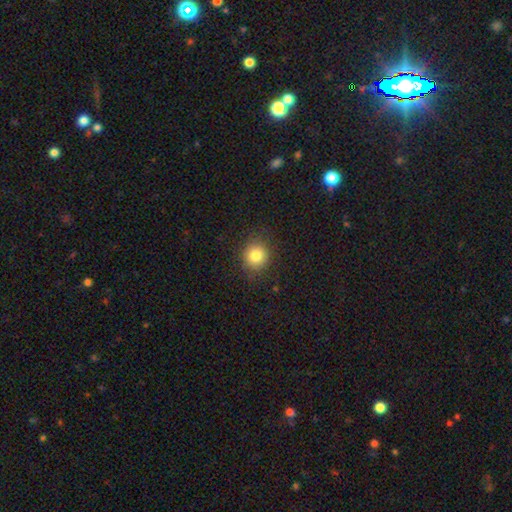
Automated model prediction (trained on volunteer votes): This appears to be a smooth galaxy with no disk features (82%) that is round (85%). Merging: none (87%).